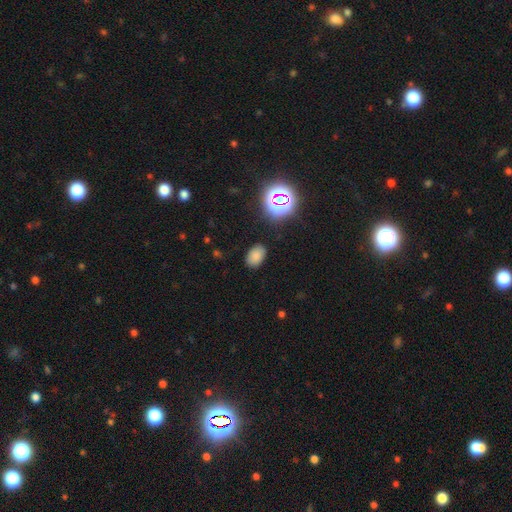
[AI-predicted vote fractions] smooth 77%, star or artifact 17%, featured or disk 6%. Down the decision tree: how rounded — in between (85%); merging — none (86%).